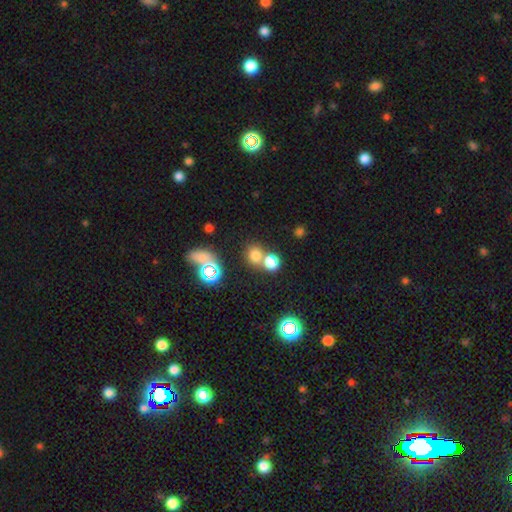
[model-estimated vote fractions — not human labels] A smooth galaxy with no disk features (70%) that is round (79%). Merging: none (52%).